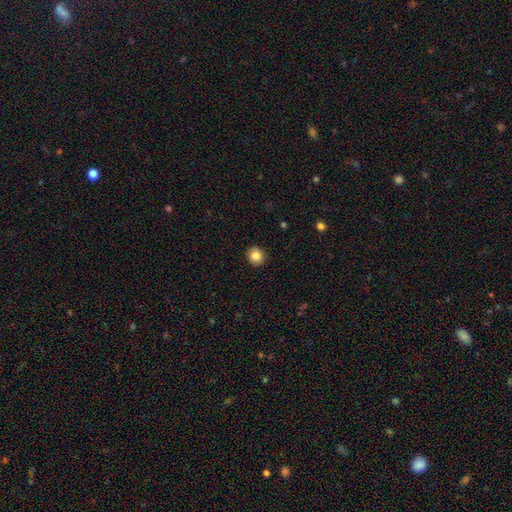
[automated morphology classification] A smooth galaxy with no disk features (85%) that is round (86%).

Vote fractions:
- Smooth or featured? smooth: 85% / star or artifact: 9% / featured or disk: 6%
- How rounded? round: 86% / in between: 13% / cigar-shaped: 1%
- Merging? none: 92% / minor disturbance: 6% / major disturbance: 2% / merger: 1%